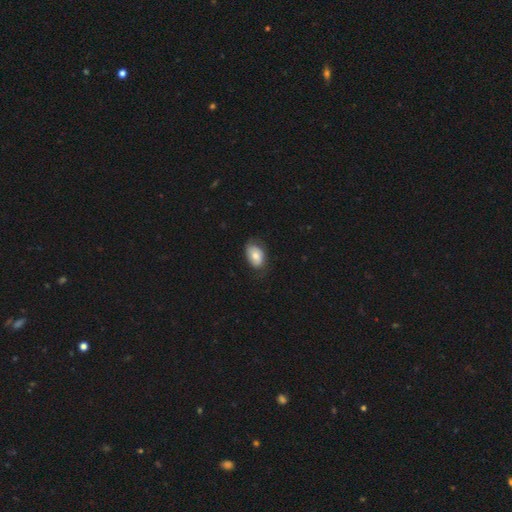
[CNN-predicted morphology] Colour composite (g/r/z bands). It shows a smooth galaxy with no disk features (72%) that is in between round and cigar-shaped (88%). Merging: none (65%).